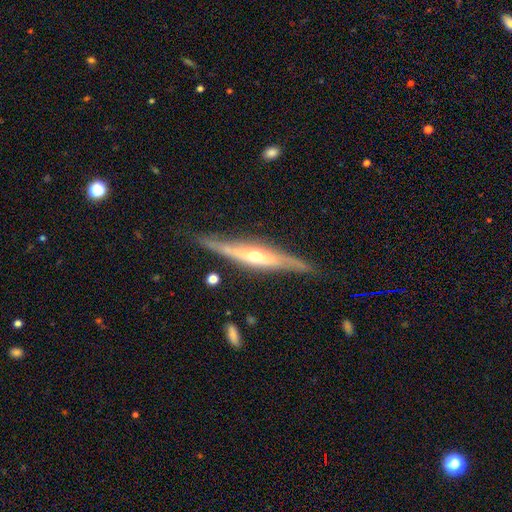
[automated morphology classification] Smooth or featured: featured or disk — 74% (smooth — 20%)
Edge-on disk: yes — 92% (no — 8%)
Edge-on bulge: rounded — 83% (none — 11%)
Merging: none — 82% (minor disturbance — 13%)